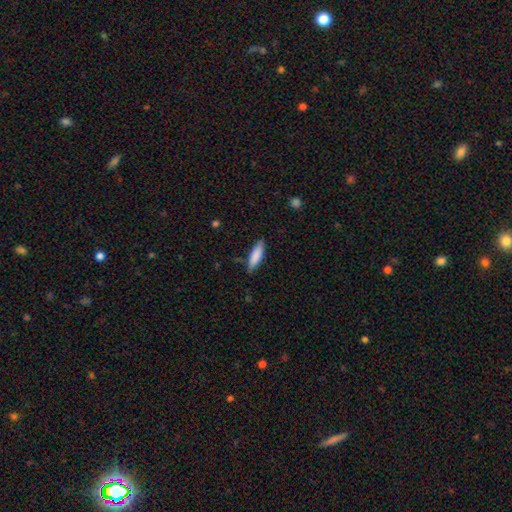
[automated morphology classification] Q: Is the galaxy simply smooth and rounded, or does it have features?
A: smooth — 85%.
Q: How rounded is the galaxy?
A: cigar-shaped — 57%.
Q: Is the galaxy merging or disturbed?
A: none — 80%.